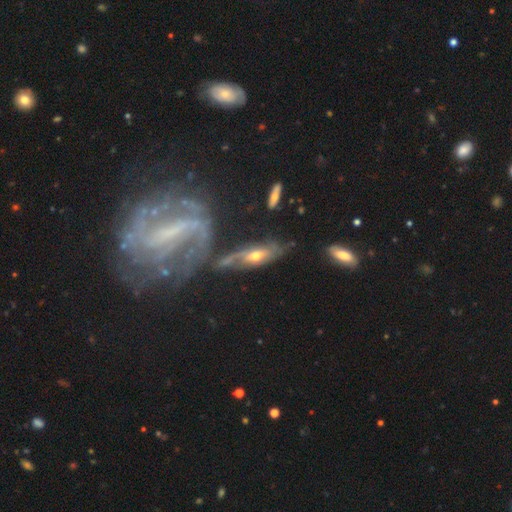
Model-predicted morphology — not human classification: Q: Smooth or featured?
A: featured or disk (65%); runner-up: smooth (27%)
Q: Edge-on disk?
A: no (74%); runner-up: yes (26%)
Q: Merging?
A: none (40%); runner-up: minor disturbance (22%)